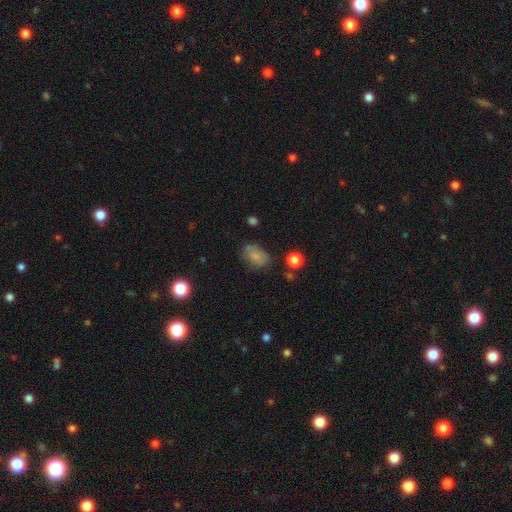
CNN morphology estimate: Smooth or featured: smooth — 76% (star or artifact — 12%)
How rounded: in between — 79% (round — 20%)
Merging: none — 58% (minor disturbance — 25%)